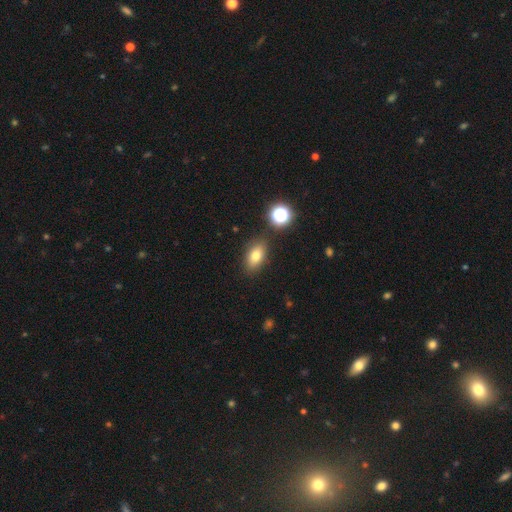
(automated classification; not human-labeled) Smooth or featured? Predicted: smooth (p=0.77). How rounded? Predicted: in between (p=0.84). Merging? Predicted: none (p=0.83).